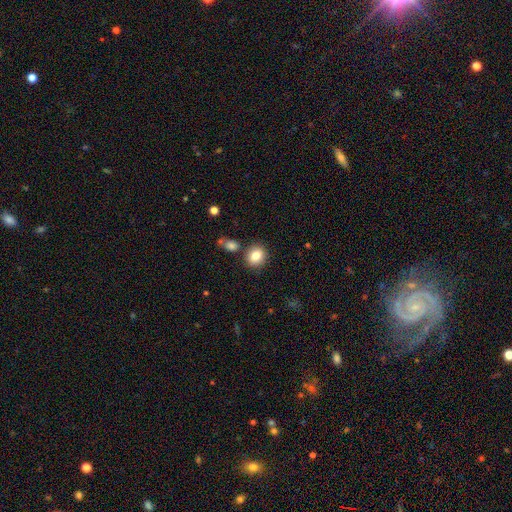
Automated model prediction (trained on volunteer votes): Morphology: type=smooth (82%); roundness=round (72%); merging=none (81%).